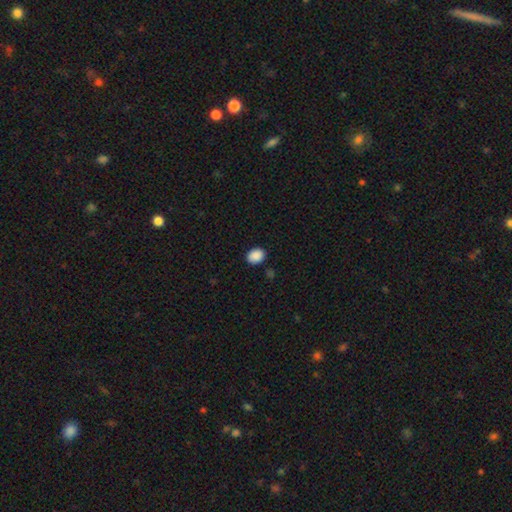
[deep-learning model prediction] Smooth or featured? smooth (90%)
How rounded? in between (61%)
Merging? none (88%)